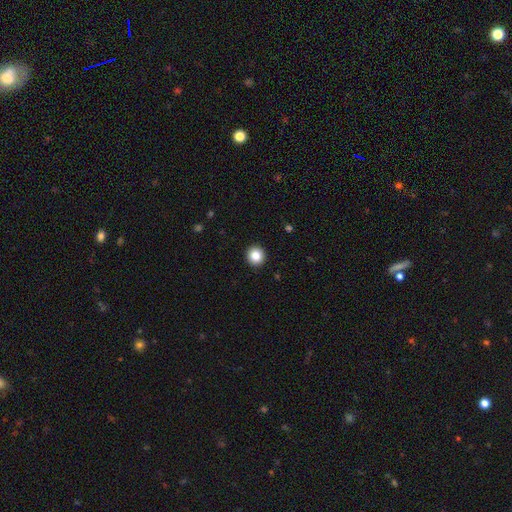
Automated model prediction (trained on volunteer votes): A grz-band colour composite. It shows a smooth galaxy with no disk features (85%) that is round (94%). Merging: none (94%).